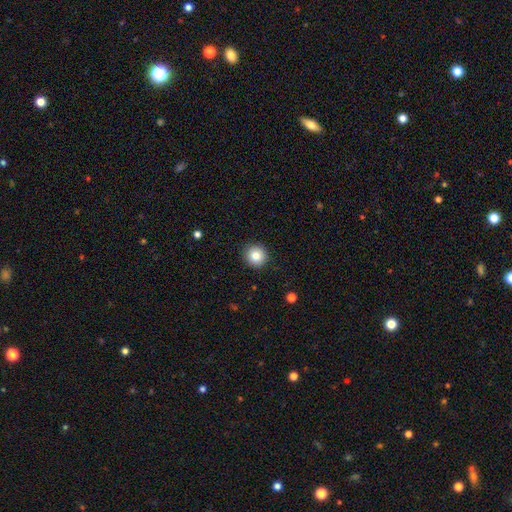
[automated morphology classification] Smooth or featured? Predicted: smooth (p=0.84). How rounded? Predicted: round (p=0.94). Merging? Predicted: none (p=0.92).